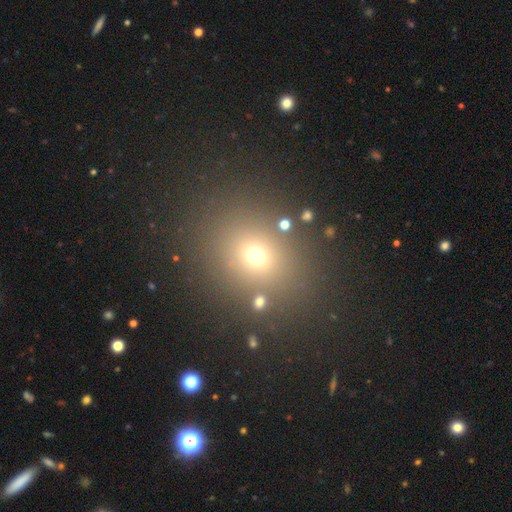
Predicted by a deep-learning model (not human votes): Smooth or featured? smooth (64%)
How rounded? round (63%)
Merging? none (84%)